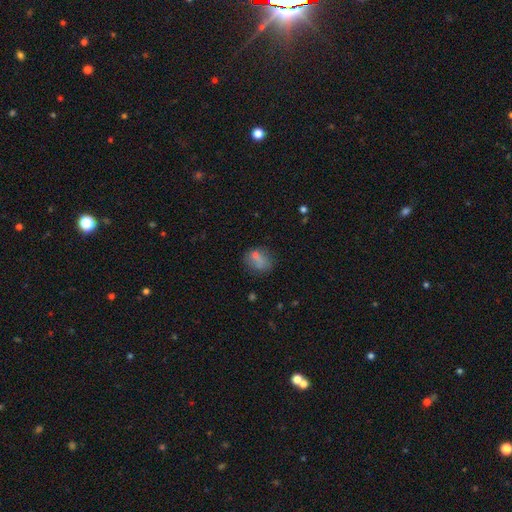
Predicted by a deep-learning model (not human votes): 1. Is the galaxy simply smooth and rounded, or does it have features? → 67% smooth, 18% star or artifact, 15% featured or disk.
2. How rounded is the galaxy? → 51% round, 47% in between, 2% cigar-shaped.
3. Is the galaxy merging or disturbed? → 62% none, 21% minor disturbance, 9% major disturbance, 8% merger.